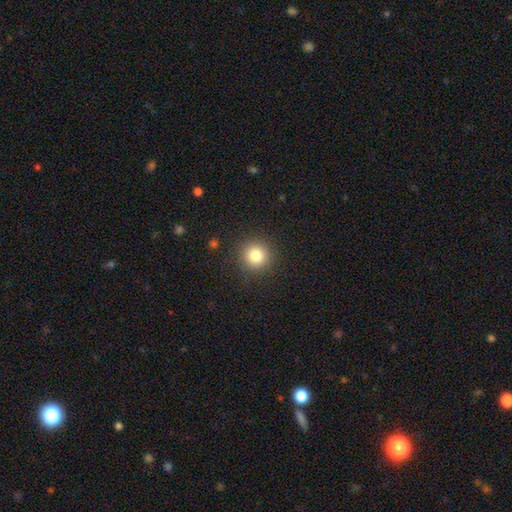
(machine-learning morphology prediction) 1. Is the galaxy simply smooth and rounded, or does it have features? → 81% smooth, 12% star or artifact, 7% featured or disk.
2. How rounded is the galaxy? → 94% round, 5% in between, 1% cigar-shaped.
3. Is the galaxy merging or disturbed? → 90% none, 6% minor disturbance, 2% major disturbance, 1% merger.